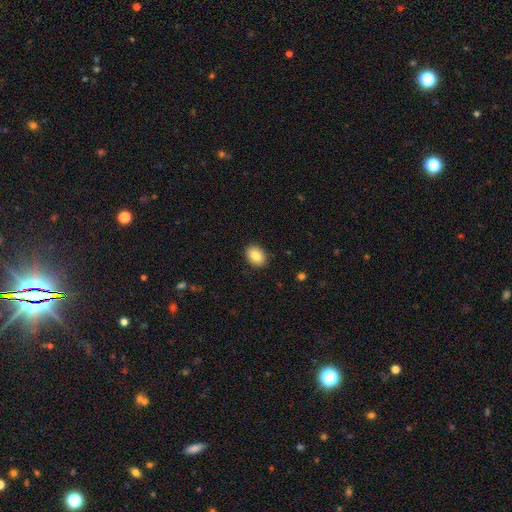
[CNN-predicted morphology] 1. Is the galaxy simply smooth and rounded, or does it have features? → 85% smooth, 8% star or artifact, 7% featured or disk.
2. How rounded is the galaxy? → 74% in between, 25% round, 1% cigar-shaped.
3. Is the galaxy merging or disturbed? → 89% none, 8% minor disturbance, 2% major disturbance, 1% merger.